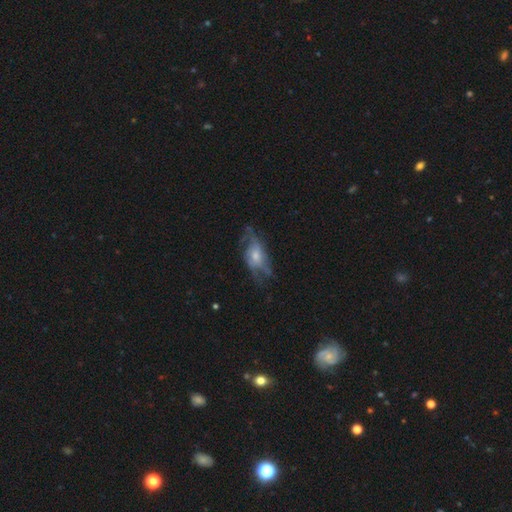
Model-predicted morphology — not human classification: A featured or disk galaxy (66%) with no bar (71%), spiral arms (73%) and a moderate central bulge (46%). Merging: none (49%).